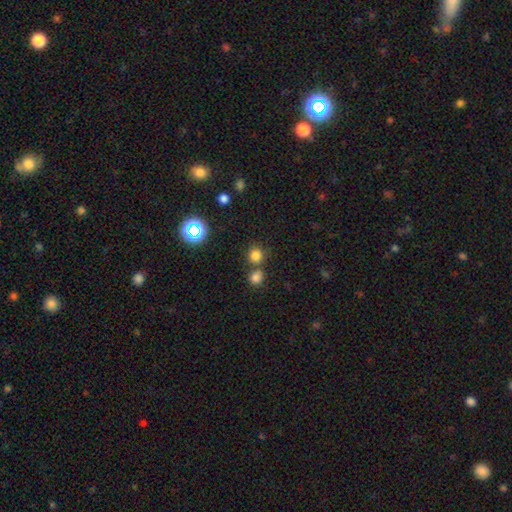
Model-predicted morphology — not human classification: A smooth galaxy with no disk features (76%) that is round (88%).

Vote fractions:
- Smooth or featured? smooth: 76% / star or artifact: 18% / featured or disk: 6%
- How rounded? round: 88% / in between: 11% / cigar-shaped: 1%
- Merging? none: 65% / merger: 25% / minor disturbance: 7% / major disturbance: 3%